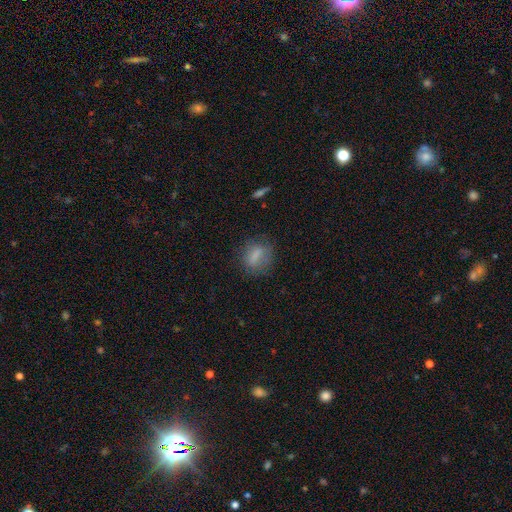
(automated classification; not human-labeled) A smooth galaxy with no disk features (71%) that is in between round and cigar-shaped (52%).

Vote fractions:
- Smooth or featured? smooth: 71% / featured or disk: 19% / star or artifact: 11%
- How rounded? in between: 52% / round: 39% / cigar-shaped: 9%
- Merging? none: 70% / minor disturbance: 19% / major disturbance: 10% / merger: 2%